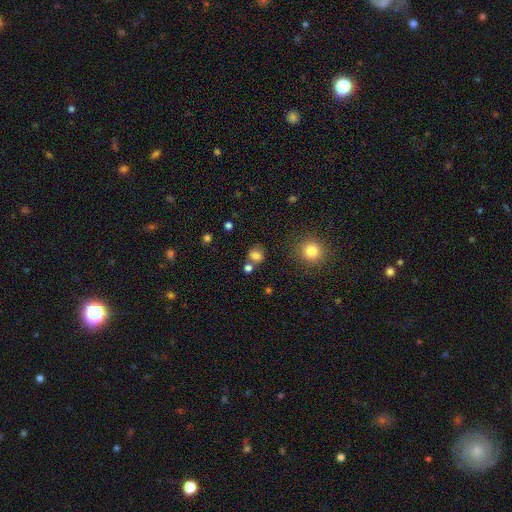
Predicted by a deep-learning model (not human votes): Overall: smooth (76%). How rounded: round (65%; in between 33%). Merging: none (63%).